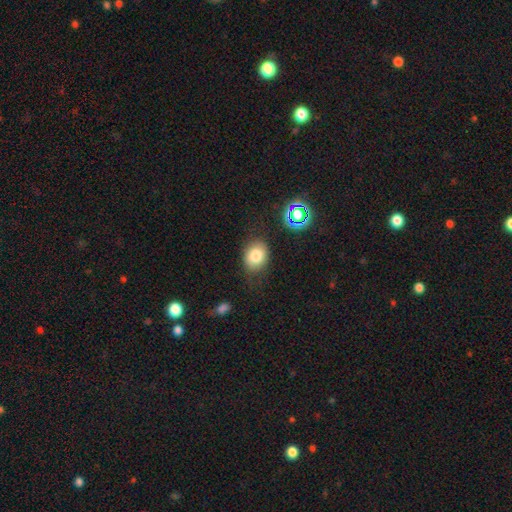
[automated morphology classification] Smooth or featured? Predicted: smooth (p=0.80). How rounded? Predicted: in between (p=0.59). Merging? Predicted: none (p=0.74).